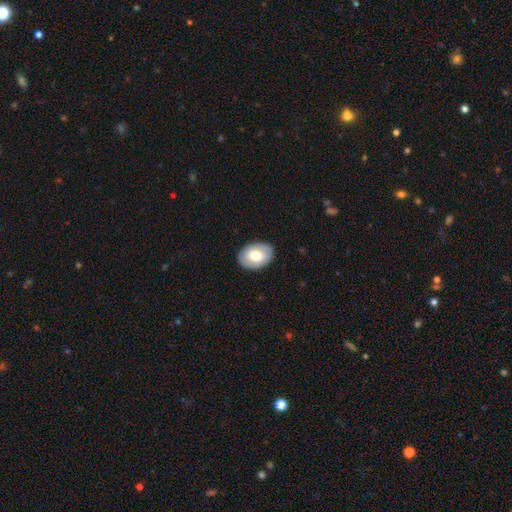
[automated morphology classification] This is likely a smooth galaxy (64%). How rounded: clearly in between (81%). Merging: clearly none (86%).